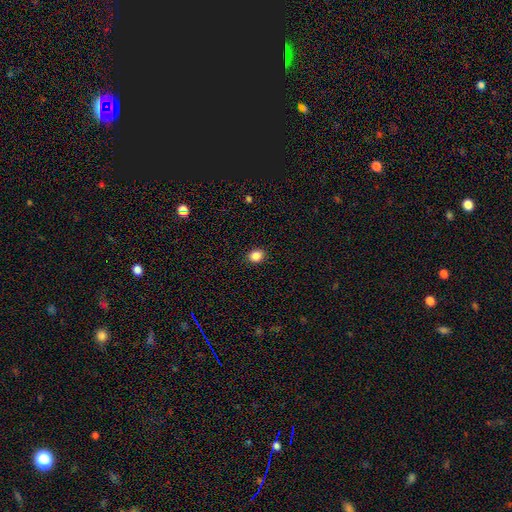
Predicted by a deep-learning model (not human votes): The model was most divided on "how rounded": round: 56%, in between: 43%, cigar-shaped: 1%. More confident: merging — none (90%); smooth or featured — smooth (86%).